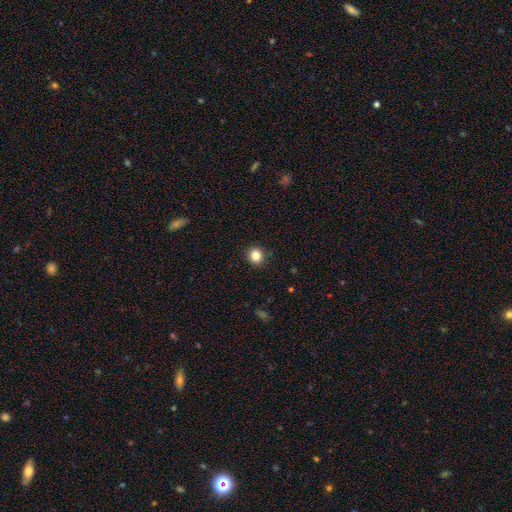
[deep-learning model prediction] A smooth galaxy with no disk features (84%) that is round (88%).

Vote fractions:
- Smooth or featured? smooth: 84% / star or artifact: 11% / featured or disk: 5%
- How rounded? round: 88% / in between: 11% / cigar-shaped: 1%
- Merging? none: 92% / minor disturbance: 6% / major disturbance: 2% / merger: 1%